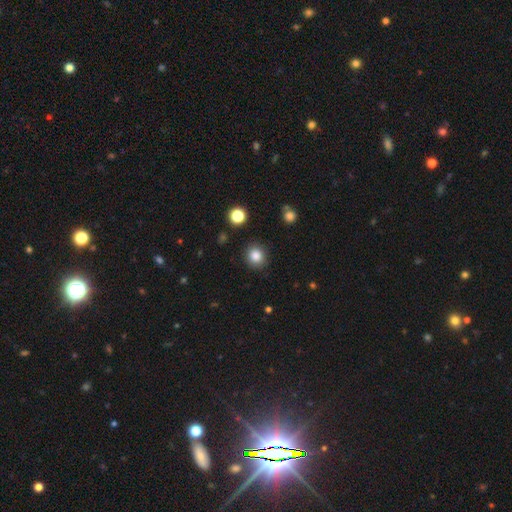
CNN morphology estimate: Q: Smooth or featured?
A: smooth (85%); runner-up: star or artifact (11%)
Q: How rounded?
A: round (84%); runner-up: in between (15%)
Q: Merging?
A: none (88%); runner-up: minor disturbance (7%)